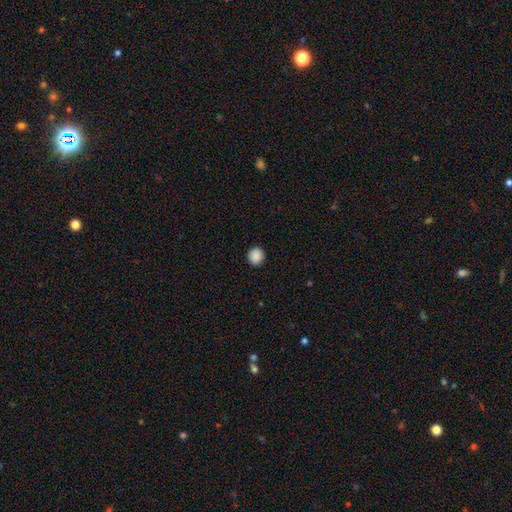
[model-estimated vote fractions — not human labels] The model was most divided on "how rounded": round: 88%, in between: 11%, cigar-shaped: 1%. More confident: merging — none (92%); smooth or featured — smooth (89%).